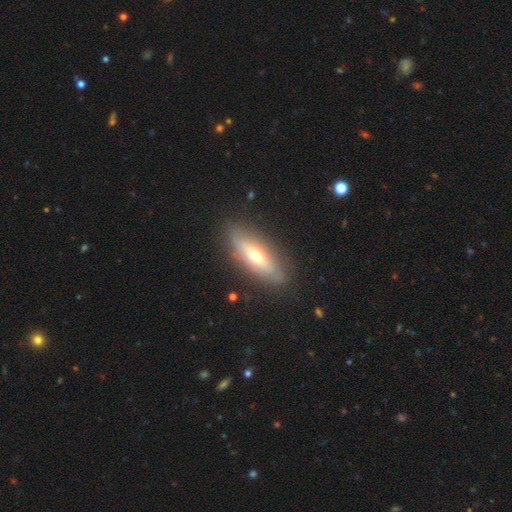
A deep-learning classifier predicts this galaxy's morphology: Smooth or featured? featured or disk (50%)
Edge-on disk? yes (63%)
Merging? none (85%)